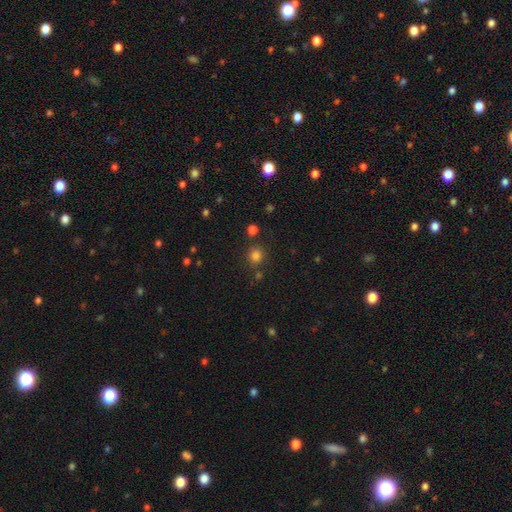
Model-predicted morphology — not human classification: Smooth or featured? Predicted: smooth (p=0.80). How rounded? Predicted: round (p=0.86). Merging? Predicted: none (p=0.80).